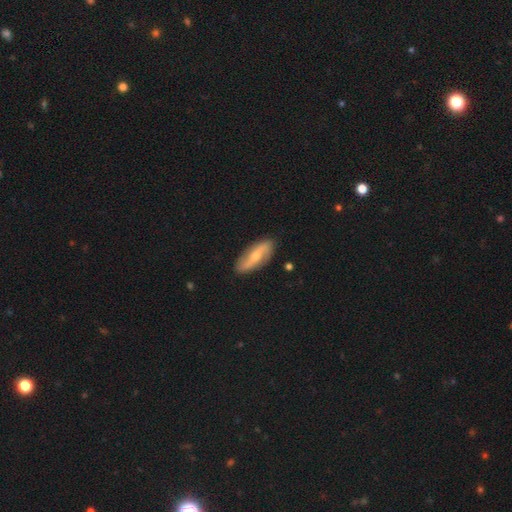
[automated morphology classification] Smooth or featured? Predicted: featured or disk (p=0.67). Edge-on disk? Predicted: no (p=0.84). Bar? Predicted: no (p=0.39). Spiral arms? Predicted: yes (p=0.83). Bulge size? Predicted: moderate (p=0.54). Merging? Predicted: none (p=0.88).